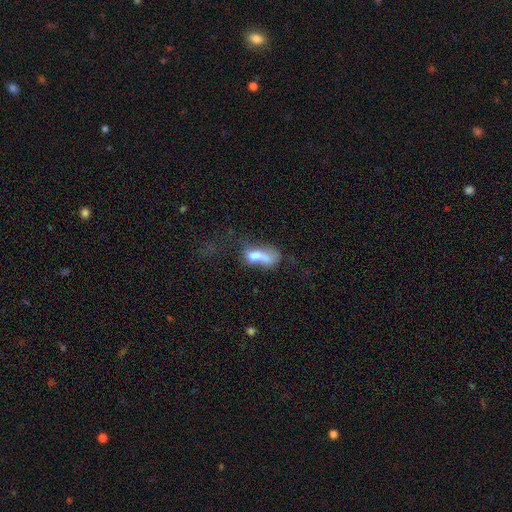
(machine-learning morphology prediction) Smooth or featured? Predicted: smooth (p=0.59). How rounded? Predicted: in between (p=0.79). Merging? Predicted: merger (p=0.42).